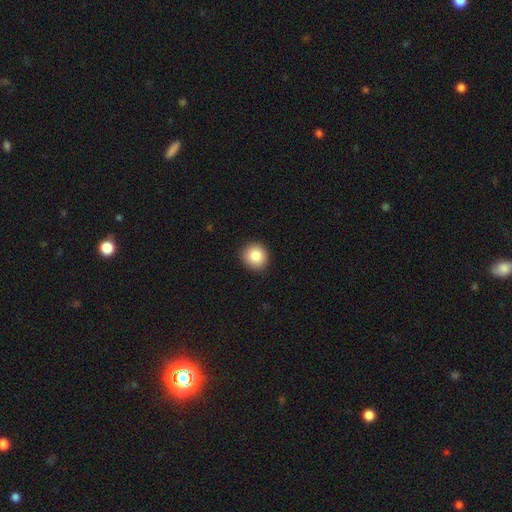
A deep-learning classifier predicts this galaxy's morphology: Smooth or featured? Predicted: smooth (p=0.86). How rounded? Predicted: round (p=0.92). Merging? Predicted: none (p=0.91).